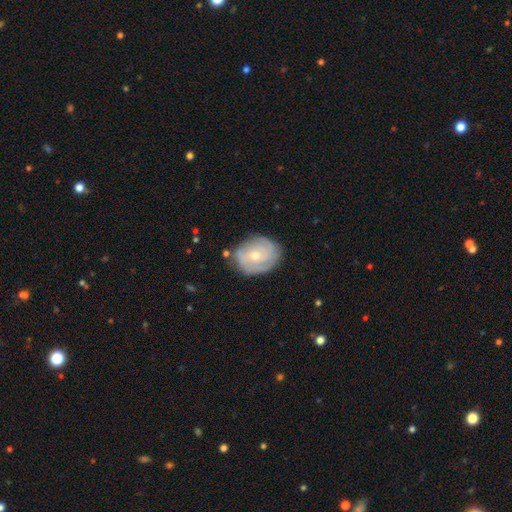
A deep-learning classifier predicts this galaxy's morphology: Q: Smooth or featured?
A: featured or disk (64%); runner-up: smooth (30%)
Q: Edge-on disk?
A: no (97%); runner-up: yes (3%)
Q: Bar?
A: no (71%); runner-up: weak (25%)
Q: Spiral arms?
A: yes (80%); runner-up: no (20%)
Q: Bulge size?
A: moderate (49%); runner-up: small (47%)
Q: Merging?
A: none (73%); runner-up: minor disturbance (19%)